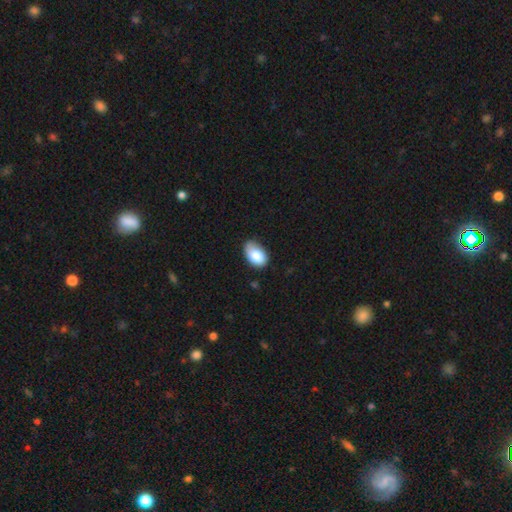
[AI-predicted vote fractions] smooth 82%, featured or disk 11%, star or artifact 7%. Down the decision tree: how rounded — in between (90%); merging — none (62%).